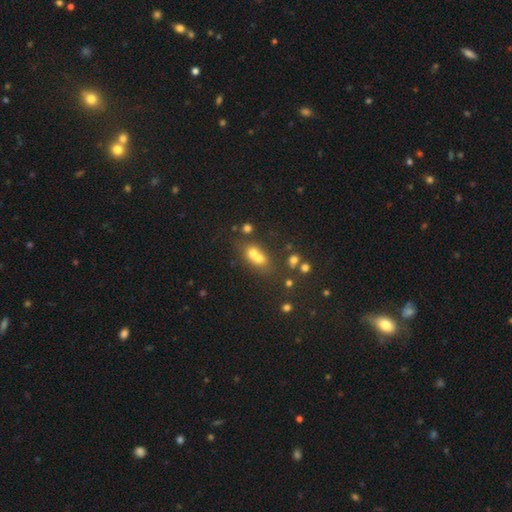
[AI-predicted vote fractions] Smooth or featured? Predicted: smooth (p=0.61). How rounded? Predicted: round (p=0.60). Merging? Predicted: merger (p=0.66).